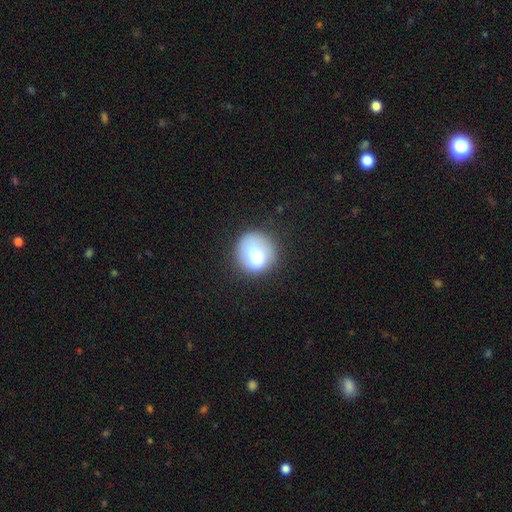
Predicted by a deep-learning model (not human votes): Smooth or featured? smooth (78%)
How rounded? round (87%)
Merging? none (68%)